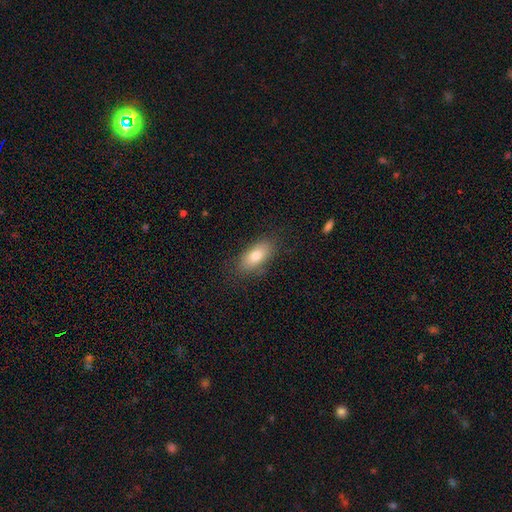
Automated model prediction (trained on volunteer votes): Smooth or featured? Predicted: smooth (p=0.79). How rounded? Predicted: in between (p=0.88). Merging? Predicted: none (p=0.82).